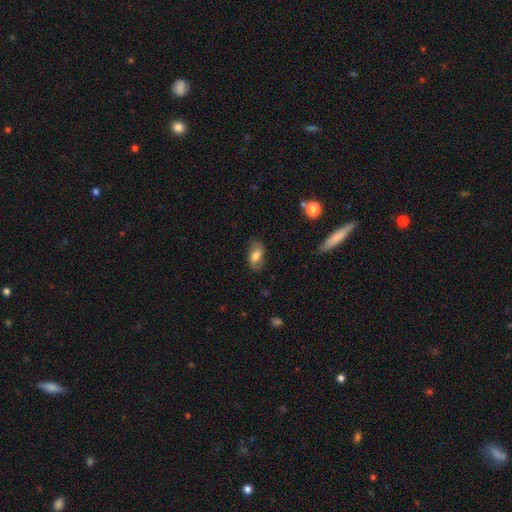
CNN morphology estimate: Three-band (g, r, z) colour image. It shows a smooth galaxy with no disk features (63%) that is in between round and cigar-shaped (89%). Merging: none (75%).